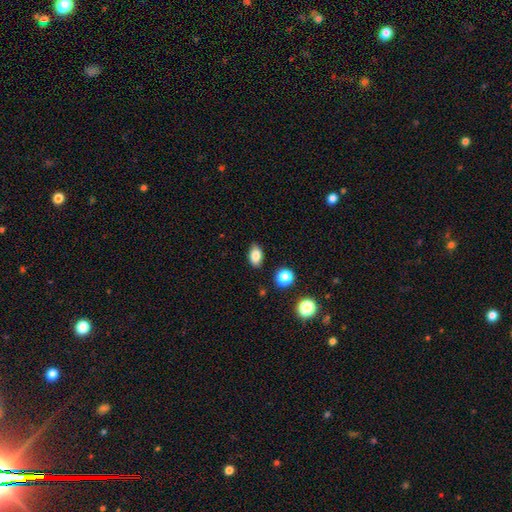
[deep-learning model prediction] A smooth galaxy with no disk features (85%) that is in between round and cigar-shaped (87%).

Vote fractions:
- Smooth or featured? smooth: 85% / star or artifact: 10% / featured or disk: 6%
- How rounded? in between: 87% / round: 11% / cigar-shaped: 2%
- Merging? none: 85% / minor disturbance: 10% / major disturbance: 2% / merger: 2%